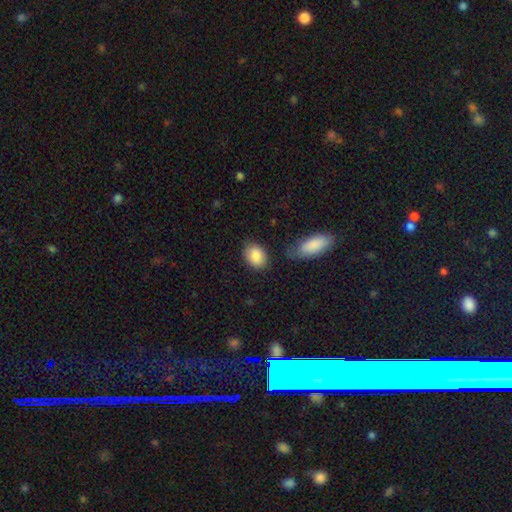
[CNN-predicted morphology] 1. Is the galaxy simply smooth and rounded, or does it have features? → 88% smooth, 6% star or artifact, 6% featured or disk.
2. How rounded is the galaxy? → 75% in between, 24% round, 1% cigar-shaped.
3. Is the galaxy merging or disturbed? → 77% none, 13% minor disturbance, 6% merger, 4% major disturbance.